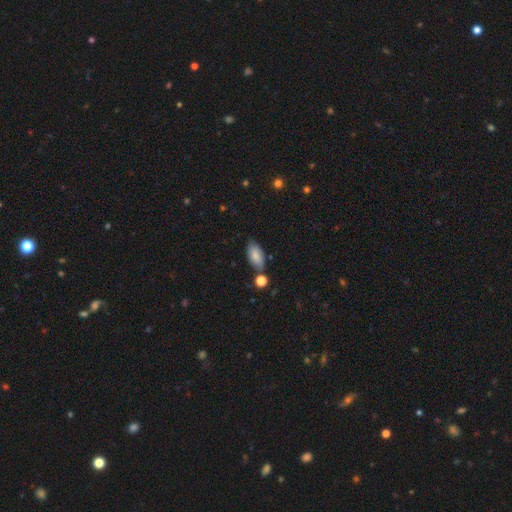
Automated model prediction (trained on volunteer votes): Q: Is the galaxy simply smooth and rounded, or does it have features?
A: smooth — 82%.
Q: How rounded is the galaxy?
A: in between — 90%.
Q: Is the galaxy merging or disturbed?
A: none — 69%.